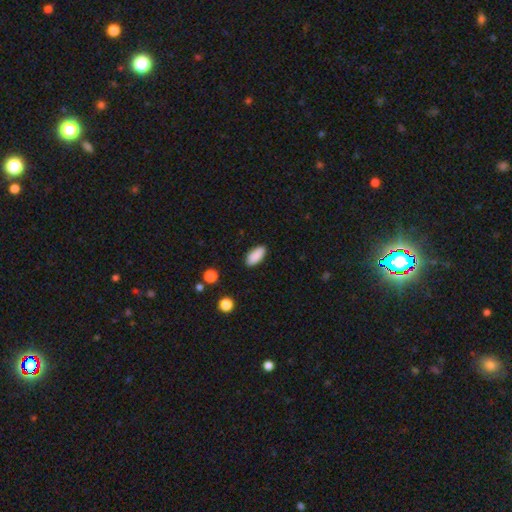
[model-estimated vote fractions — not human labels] Smooth or featured?
  - smooth: 89% *
  - star or artifact: 7%
  - featured or disk: 4%
How rounded?
  - in between: 87% *
  - cigar-shaped: 11%
  - round: 2%
Merging?
  - none: 86% *
  - minor disturbance: 10%
  - major disturbance: 2%
  - merger: 1%